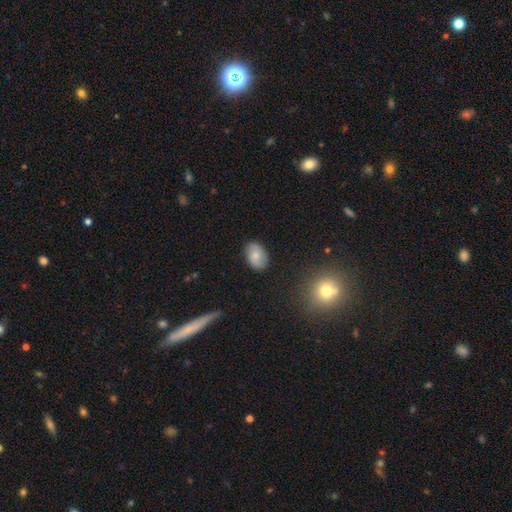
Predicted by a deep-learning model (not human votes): Smooth or featured?
  - smooth: 72% *
  - featured or disk: 20%
  - star or artifact: 8%
How rounded?
  - in between: 85% *
  - round: 14%
  - cigar-shaped: 1%
Merging?
  - none: 83% *
  - minor disturbance: 13%
  - major disturbance: 3%
  - merger: 1%